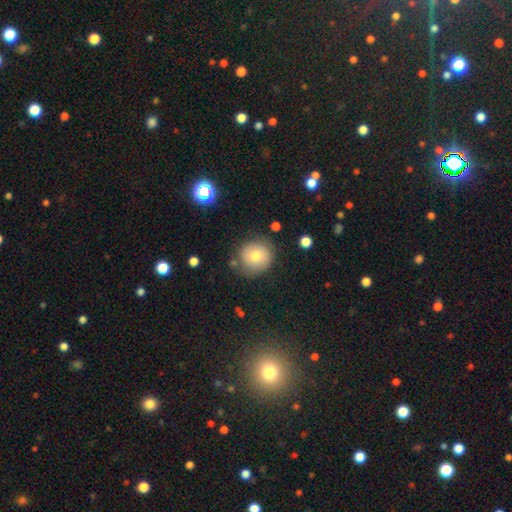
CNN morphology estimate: This is likely a smooth galaxy (70%). How rounded: clearly round (88%). Merging: likely none (78%).